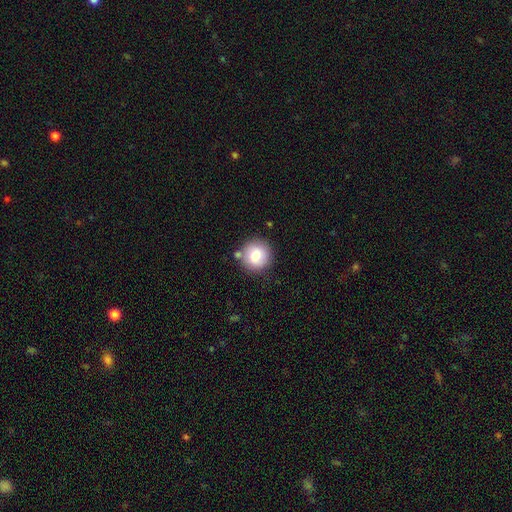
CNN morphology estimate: This is likely a smooth galaxy (78%). How rounded: clearly round (93%). Merging: likely none (80%).